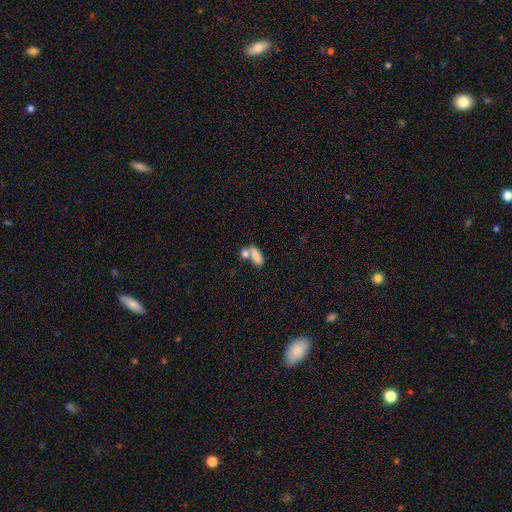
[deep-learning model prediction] A smooth galaxy with no disk features (78%) that is in between round and cigar-shaped (79%).

Vote fractions:
- Smooth or featured? smooth: 78% / featured or disk: 13% / star or artifact: 8%
- How rounded? in between: 79% / cigar-shaped: 15% / round: 6%
- Merging? merger: 53% / none: 31% / minor disturbance: 10% / major disturbance: 5%